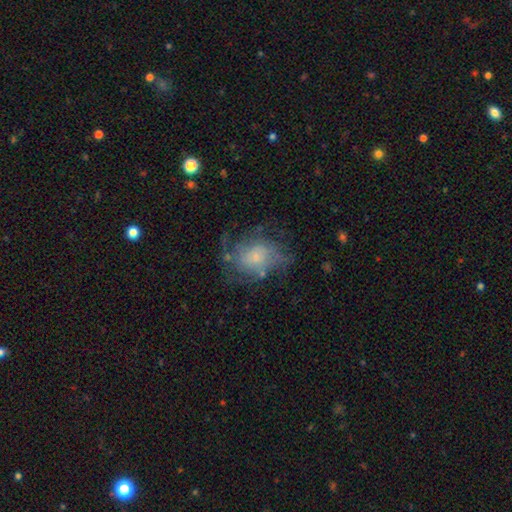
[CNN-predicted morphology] Q: Smooth or featured?
A: featured or disk (51%); runner-up: smooth (38%)
Q: Edge-on disk?
A: no (97%); runner-up: yes (3%)
Q: Merging?
A: none (49%); runner-up: minor disturbance (24%)